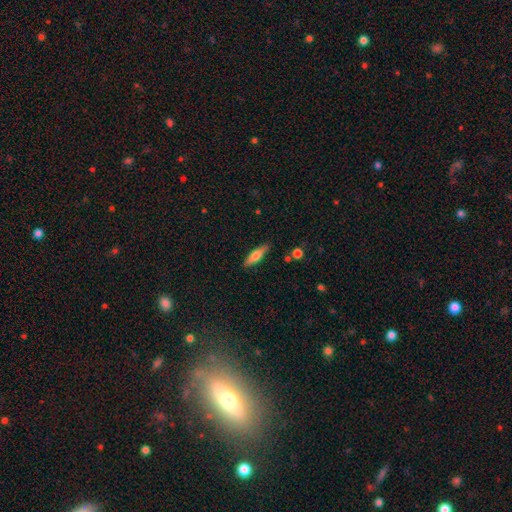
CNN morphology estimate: This is possibly a smooth galaxy (60%). How rounded: likely cigar-shaped (64%). Merging: clearly none (85%).